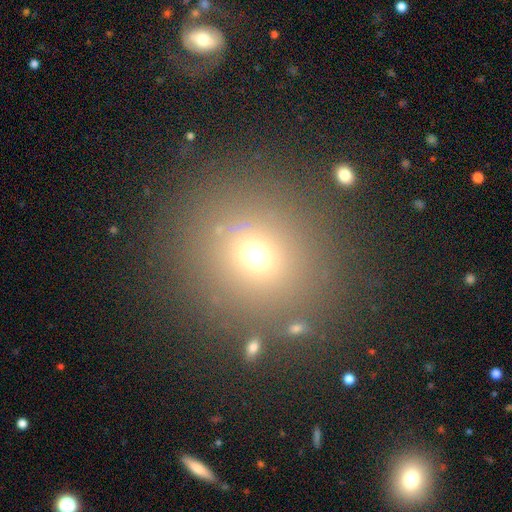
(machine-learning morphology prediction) A smooth galaxy with no disk features (65%) that is round (86%). Merging: none (85%).